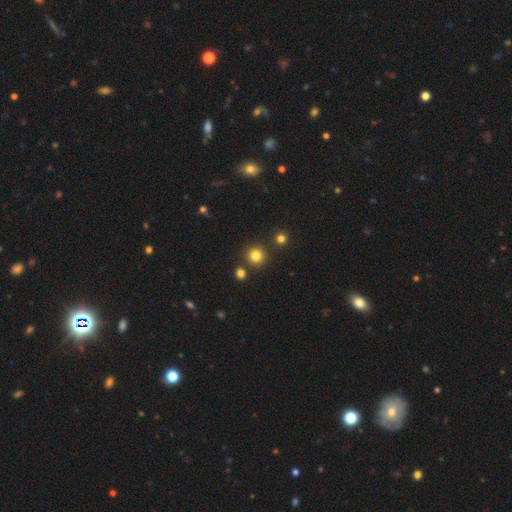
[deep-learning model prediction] Smooth or featured? smooth (81%)
How rounded? round (94%)
Merging? none (85%)